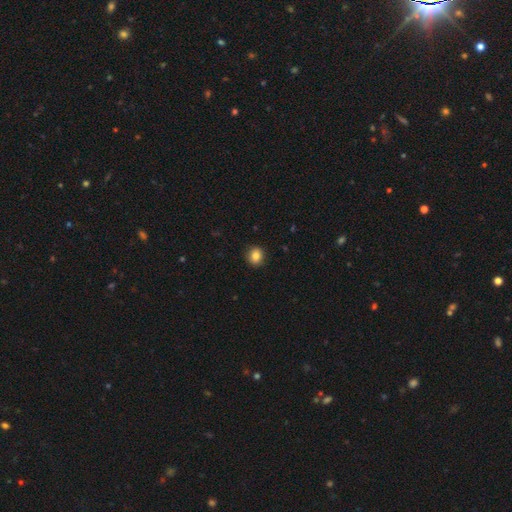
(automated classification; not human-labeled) Smooth or featured? smooth (84%)
How rounded? round (82%)
Merging? none (91%)